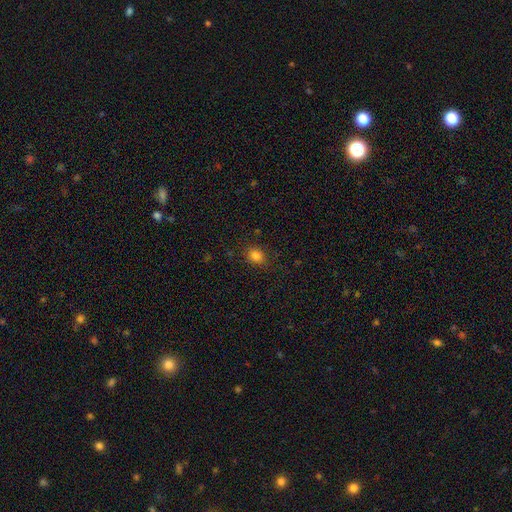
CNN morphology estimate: Overall: smooth (83%). How rounded: round (53%; in between 46%). Merging: none (85%).